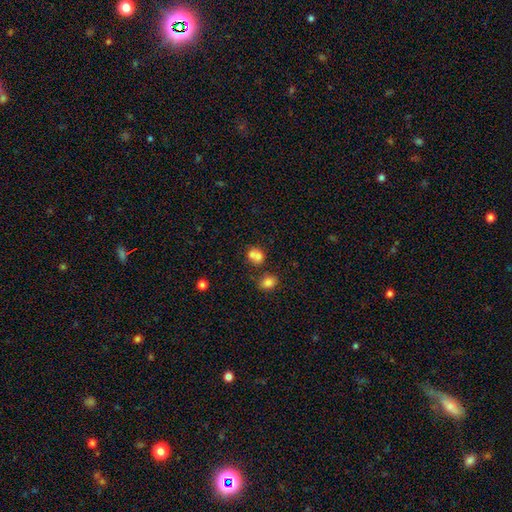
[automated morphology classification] smooth 72%, featured or disk 16%, star or artifact 12%. Down the decision tree: how rounded — round (69%); merging — merger (57%).